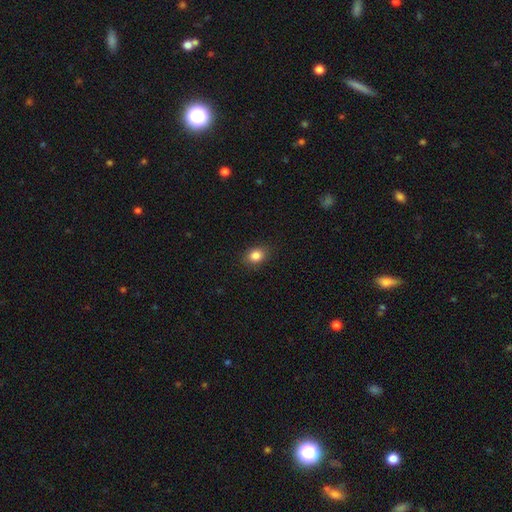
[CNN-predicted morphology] Smooth or featured? Predicted: smooth (p=0.85). How rounded? Predicted: in between (p=0.56). Merging? Predicted: none (p=0.87).